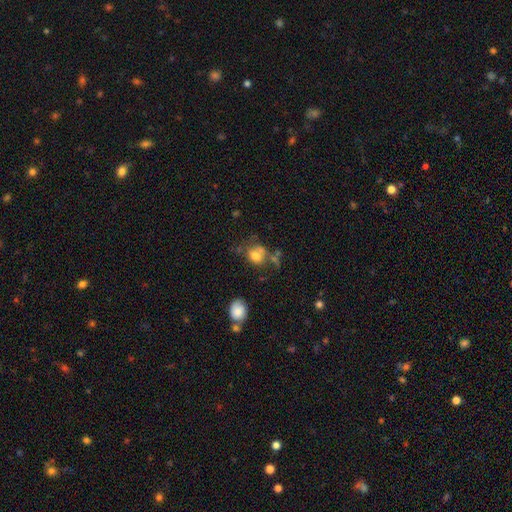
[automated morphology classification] A smooth galaxy with no disk features (70%) that is round (54%).

Vote fractions:
- Smooth or featured? smooth: 70% / featured or disk: 18% / star or artifact: 12%
- How rounded? round: 54% / in between: 45% / cigar-shaped: 1%
- Merging? none: 38% / merger: 25% / minor disturbance: 21% / major disturbance: 16%